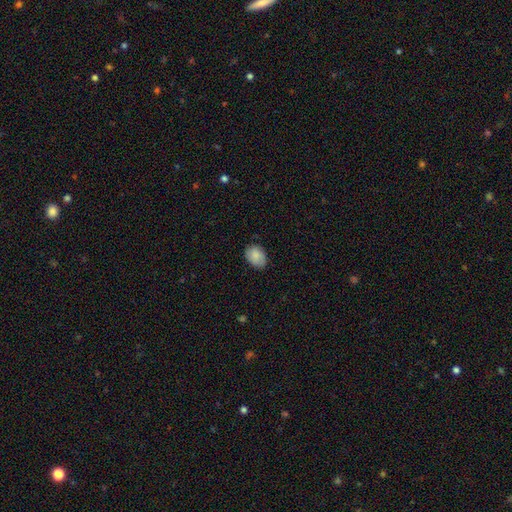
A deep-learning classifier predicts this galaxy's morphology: type=smooth (86%); roundness=in between (73%); merging=none (79%).